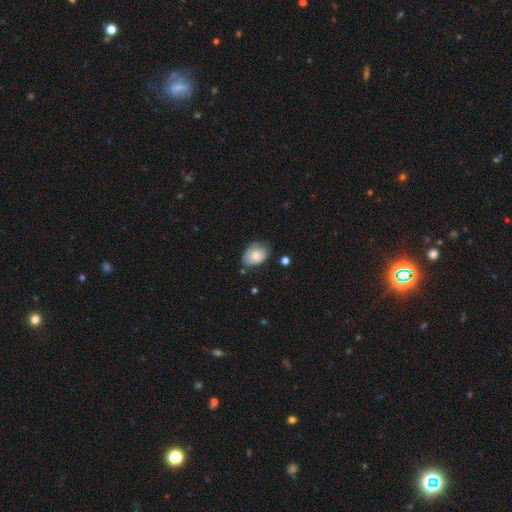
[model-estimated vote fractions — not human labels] smooth 77%, featured or disk 15%, star or artifact 7%. Down the decision tree: how rounded — in between (79%); merging — none (51%).